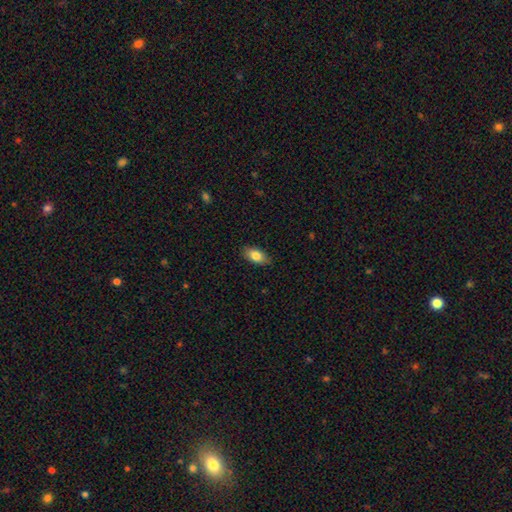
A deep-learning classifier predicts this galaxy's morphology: smooth-or-featured: smooth: 83% | featured or disk: 10% | star or artifact: 7%
  how-rounded: in between: 91% | round: 5% | cigar-shaped: 5%
  merging: none: 86% | minor disturbance: 10% | major disturbance: 2% | merger: 1%